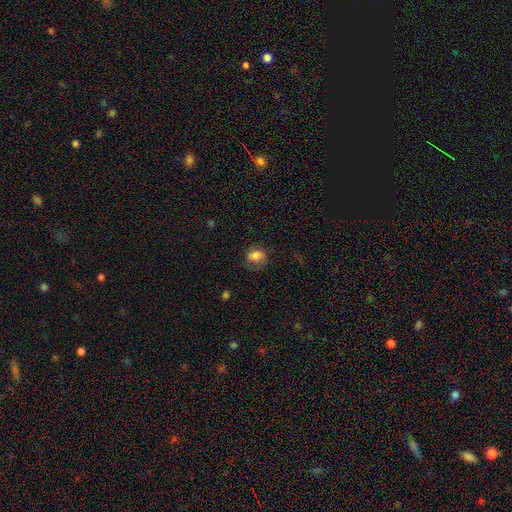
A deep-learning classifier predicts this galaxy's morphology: This is likely a smooth galaxy (73%). How rounded: possibly round (50%). Merging: possibly none (59%).